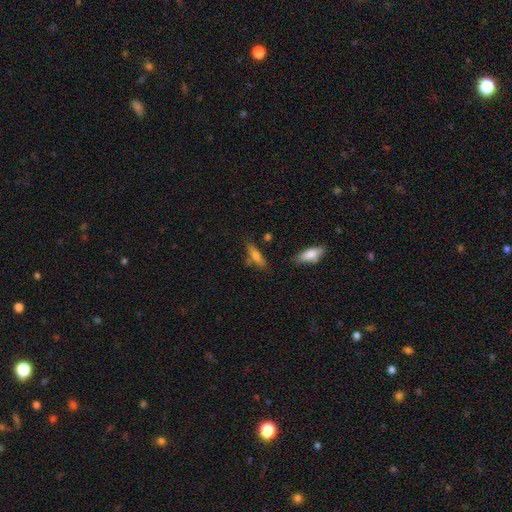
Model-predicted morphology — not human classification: type=smooth (69%); roundness=cigar-shaped (59%); merging=none (66%).